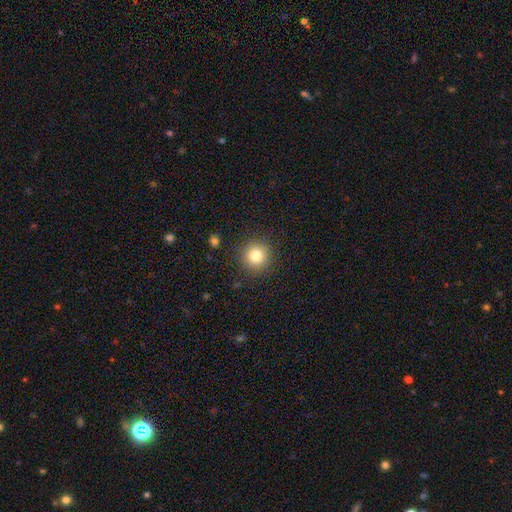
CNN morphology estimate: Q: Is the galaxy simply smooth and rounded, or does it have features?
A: smooth — 81%.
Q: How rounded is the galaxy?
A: round — 94%.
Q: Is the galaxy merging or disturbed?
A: none — 90%.